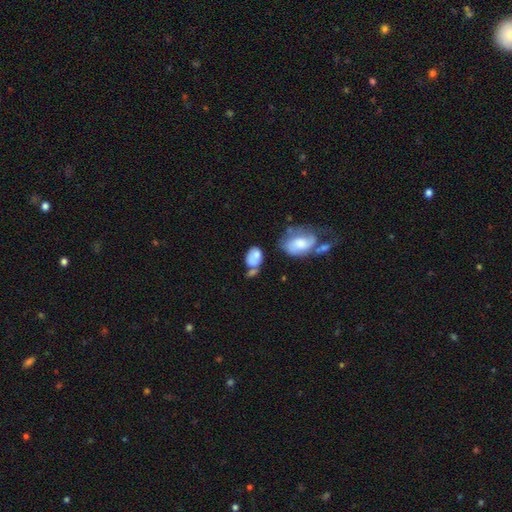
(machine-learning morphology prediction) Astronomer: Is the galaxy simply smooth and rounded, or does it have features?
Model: smooth — 72%.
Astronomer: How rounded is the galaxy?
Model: in between — 83%.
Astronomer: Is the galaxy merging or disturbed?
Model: none — 33% (runner-up: merger, 30%).